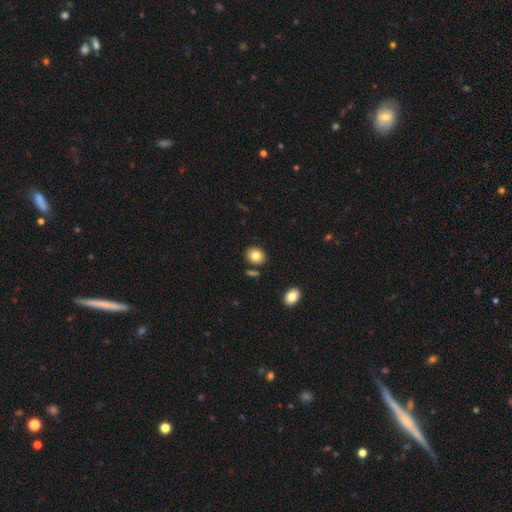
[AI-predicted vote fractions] This appears to be a smooth galaxy with no disk features (82%) that is round (62%). Merging: none (84%).